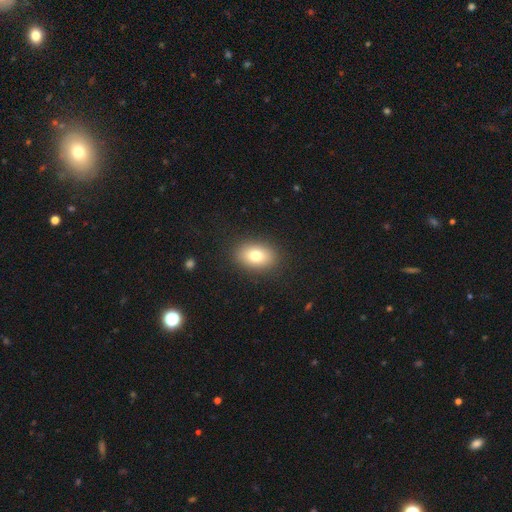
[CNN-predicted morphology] smooth_or_featured: smooth (p=0.78) [alt: featured or disk p=0.12]
how_rounded: in between (p=0.80) [alt: round p=0.19]
merging: none (p=0.88) [alt: minor disturbance p=0.08]